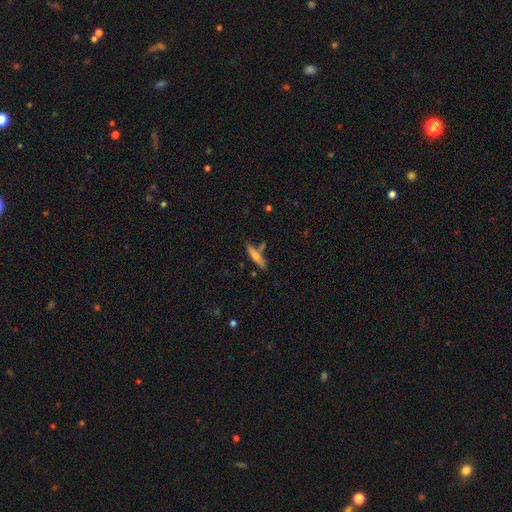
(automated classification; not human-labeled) Overall: smooth (69%). How rounded: cigar-shaped (82%). Merging: none (70%).